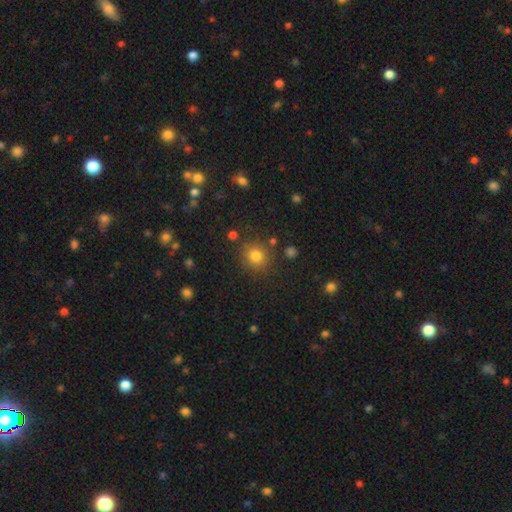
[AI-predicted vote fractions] Overall: smooth (80%). How rounded: round (89%). Merging: none (84%).